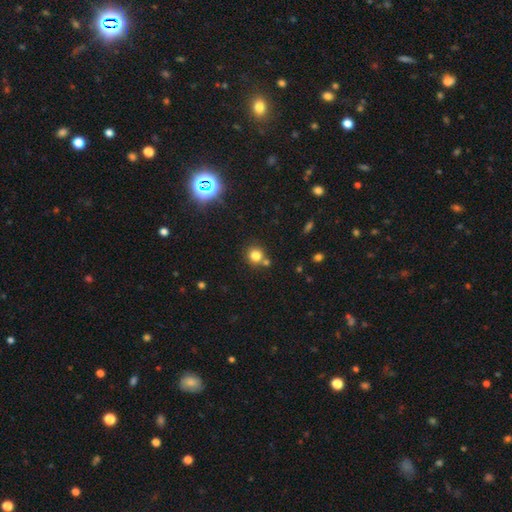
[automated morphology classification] This is likely a smooth galaxy (78%). How rounded: clearly round (90%). Merging: likely none (67%).